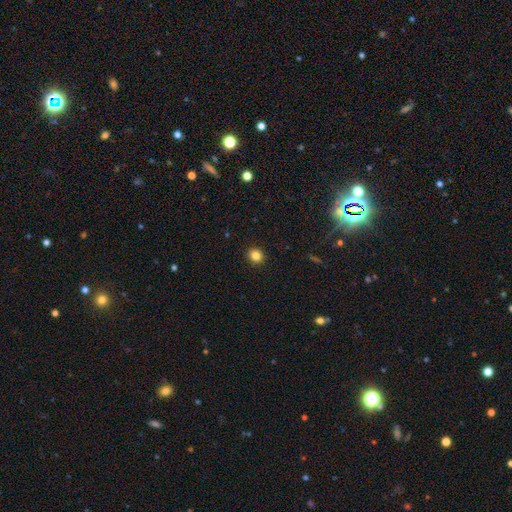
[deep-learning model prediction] The model was most divided on "how rounded": round: 85%, in between: 14%, cigar-shaped: 1%. More confident: merging — none (92%); smooth or featured — smooth (83%).